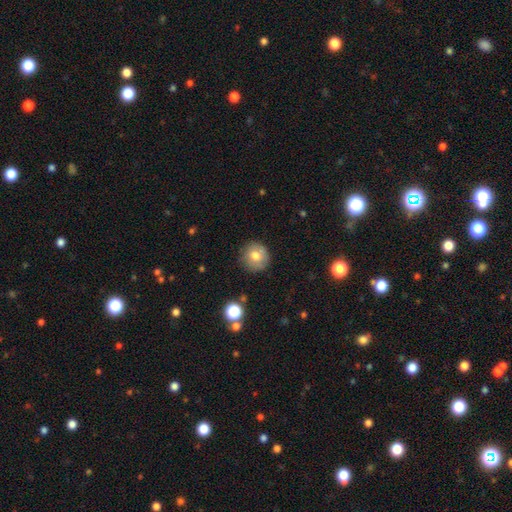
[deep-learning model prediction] This appears to be a smooth galaxy with no disk features (74%) that is round (93%). Merging: none (84%).